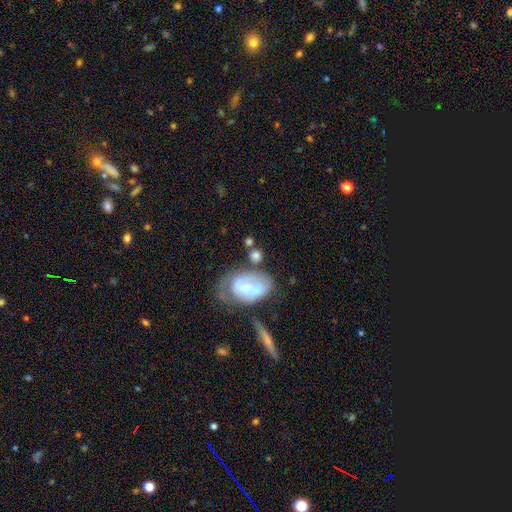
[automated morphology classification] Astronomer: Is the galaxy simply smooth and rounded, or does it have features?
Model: smooth — 62%.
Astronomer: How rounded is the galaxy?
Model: in between — 53% (runner-up: round, 44%).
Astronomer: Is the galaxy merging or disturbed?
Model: none — 47%.